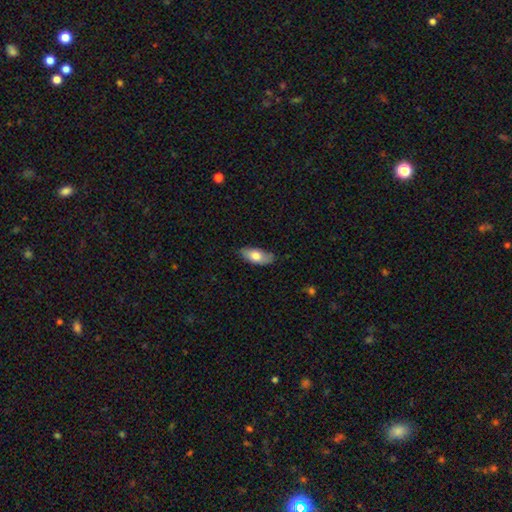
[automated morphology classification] Overall: smooth (72%). How rounded: in between (88%). Merging: none (79%).